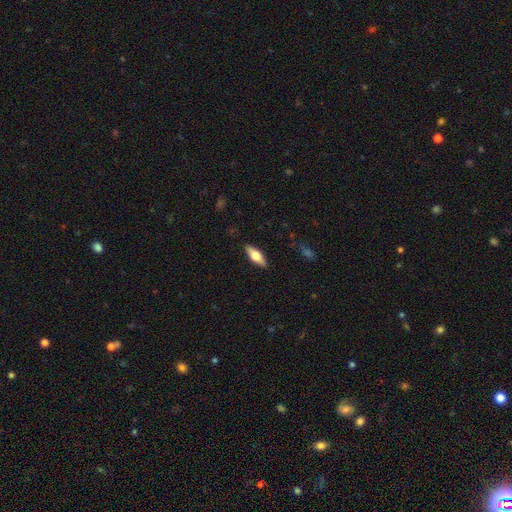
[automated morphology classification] Smooth or featured?
  - featured or disk: 47% * (tied)
  - smooth: 47% * (tied)
  - star or artifact: 6%
Merging?
  - none: 88% *
  - minor disturbance: 9%
  - major disturbance: 2%
  - merger: 1%